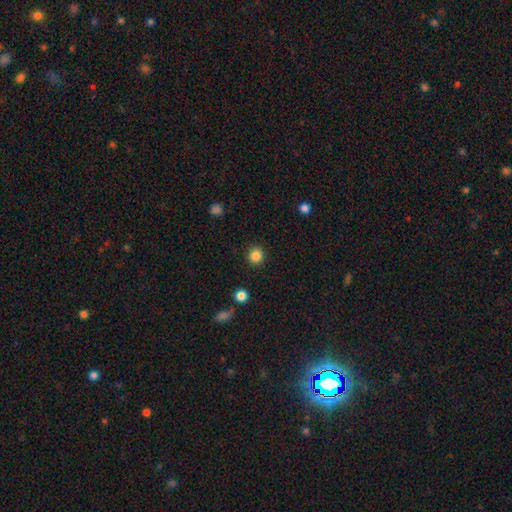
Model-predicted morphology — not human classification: A smooth galaxy with no disk features (85%) that is round (92%).

Vote fractions:
- Smooth or featured? smooth: 85% / star or artifact: 11% / featured or disk: 4%
- How rounded? round: 92% / in between: 7% / cigar-shaped: 1%
- Merging? none: 91% / minor disturbance: 5% / major disturbance: 2% / merger: 1%